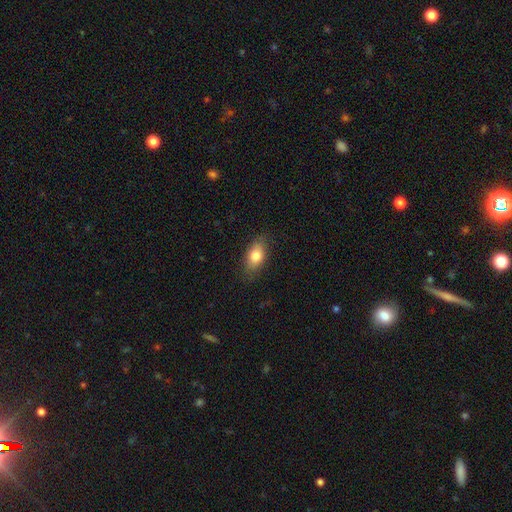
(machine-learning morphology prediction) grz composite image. It shows a smooth galaxy with no disk features (79%) that is in between round and cigar-shaped (85%). Merging: none (83%).